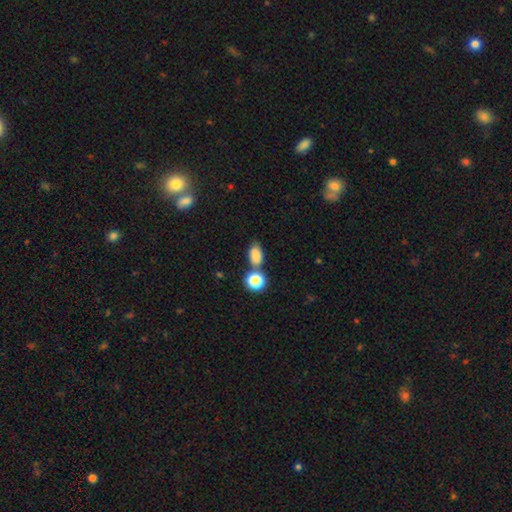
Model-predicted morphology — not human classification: Smooth or featured: smooth — 82% (star or artifact — 12%)
How rounded: in between — 81% (round — 16%)
Merging: none — 59% (merger — 22%)